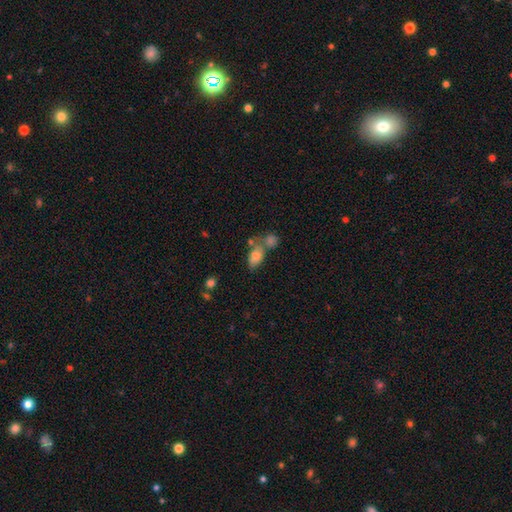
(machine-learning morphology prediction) A smooth galaxy with no disk features (72%) that is in between round and cigar-shaped (85%).

Vote fractions:
- Smooth or featured? smooth: 72% / featured or disk: 17% / star or artifact: 11%
- How rounded? in between: 85% / round: 11% / cigar-shaped: 4%
- Merging? merger: 41% / none: 33% / minor disturbance: 16% / major disturbance: 10%